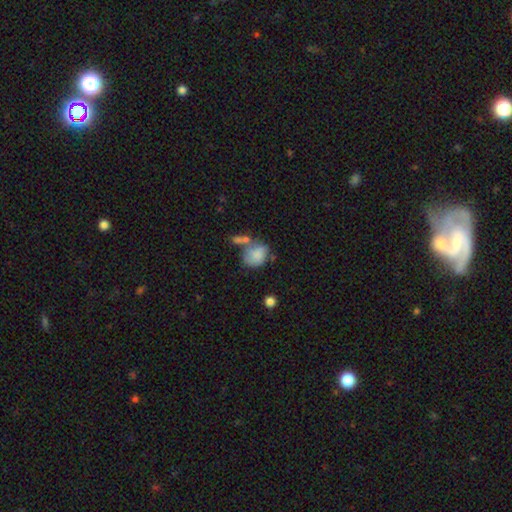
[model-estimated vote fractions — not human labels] Smooth or featured? smooth (72%)
How rounded? round (50%)
Merging? none (35%)